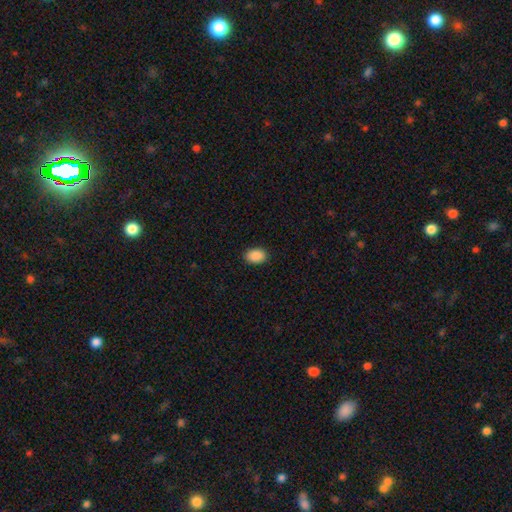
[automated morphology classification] This appears to be a smooth galaxy with no disk features (90%) that is in between round and cigar-shaped (84%). Merging: none (90%).